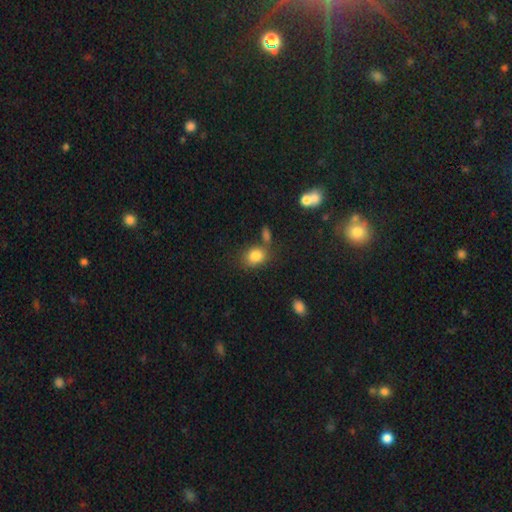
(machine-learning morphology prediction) Overall: smooth (83%). How rounded: in between (54%; round 44%). Merging: none (63%).